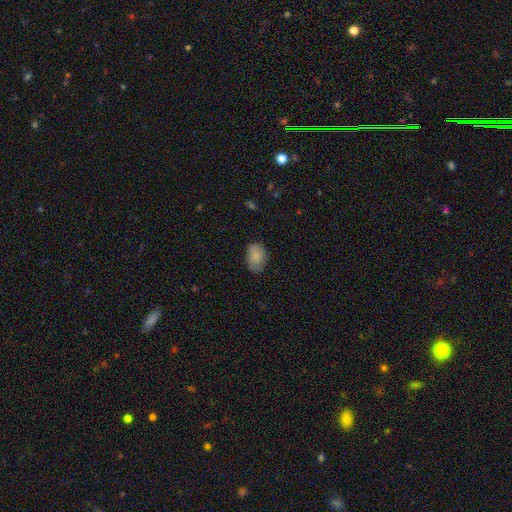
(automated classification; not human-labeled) A smooth galaxy with no disk features (81%) that is in between round and cigar-shaped (82%). Merging: none (64%).